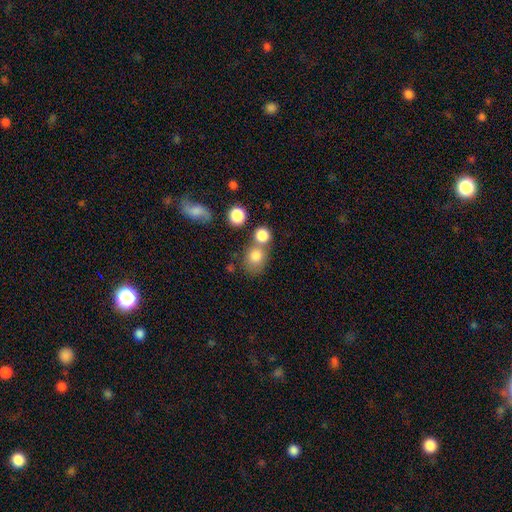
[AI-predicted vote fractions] Overall: smooth (81%). How rounded: round (68%; in between 30%). Merging: none (44%; merger 40%).